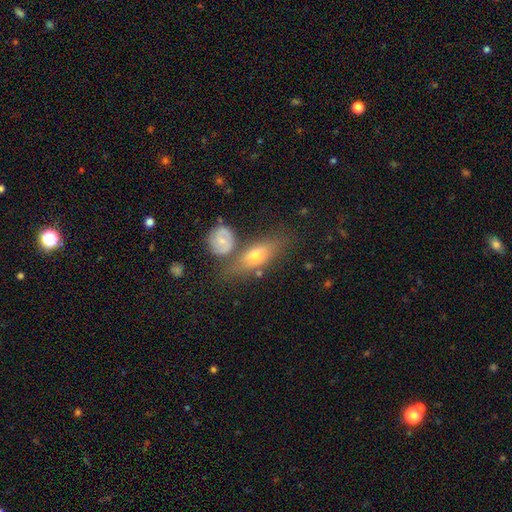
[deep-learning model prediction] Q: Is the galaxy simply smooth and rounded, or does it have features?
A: smooth — 55%.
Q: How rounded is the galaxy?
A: in between — 61%.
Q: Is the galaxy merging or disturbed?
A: none — 56%.